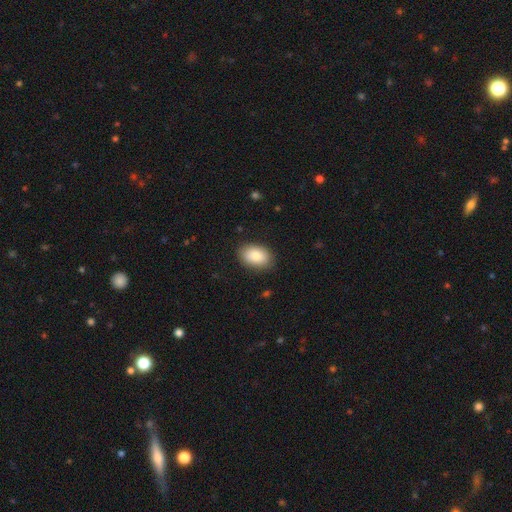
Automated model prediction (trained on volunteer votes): Overall: smooth (85%). How rounded: in between (89%). Merging: none (85%).